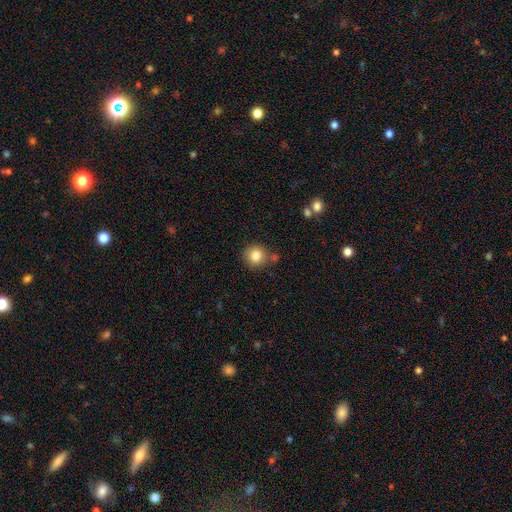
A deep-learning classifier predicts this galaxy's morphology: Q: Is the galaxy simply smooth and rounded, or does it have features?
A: smooth — 82%.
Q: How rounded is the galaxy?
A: round — 91%.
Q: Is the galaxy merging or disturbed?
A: none — 78%.